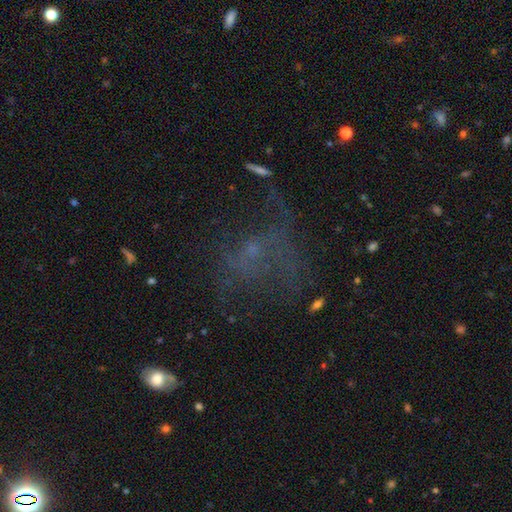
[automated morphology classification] type=star or artifact (39%).